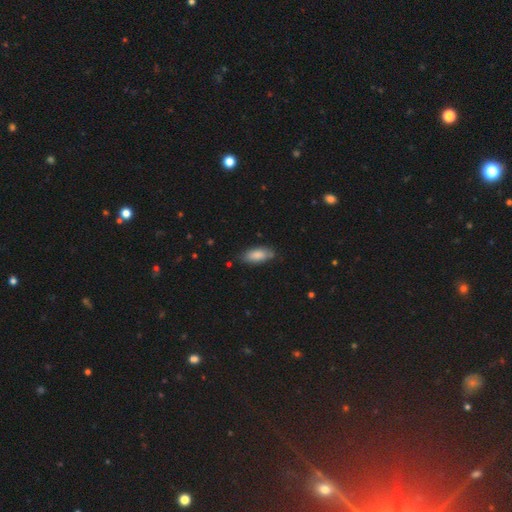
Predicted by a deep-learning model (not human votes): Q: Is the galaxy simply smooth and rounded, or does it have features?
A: smooth — 85%.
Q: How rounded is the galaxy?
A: in between — 84%.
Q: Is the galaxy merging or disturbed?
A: none — 76%.